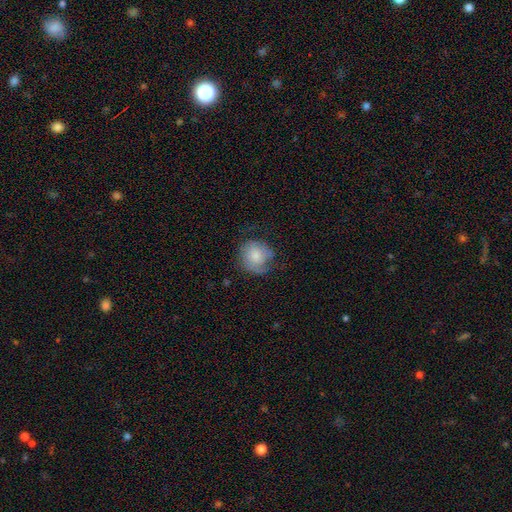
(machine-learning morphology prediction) type=smooth (60%); roundness=round (83%); merging=none (57%).